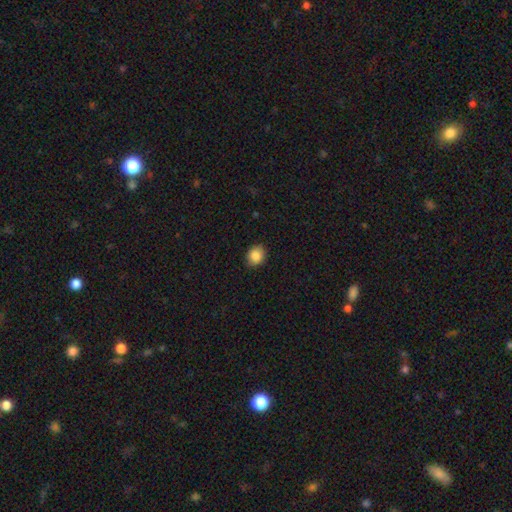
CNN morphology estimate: Smooth or featured? smooth (87%)
How rounded? round (57%)
Merging? none (88%)